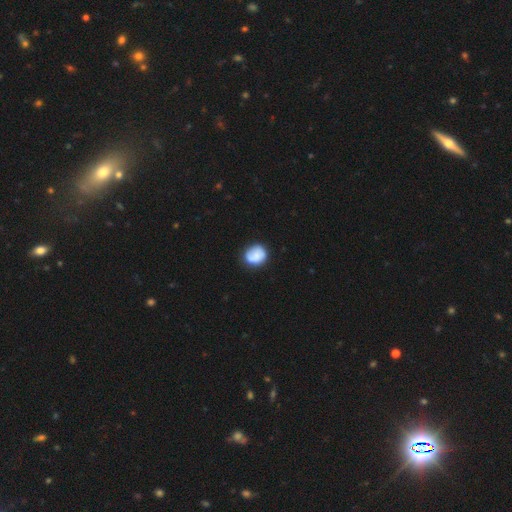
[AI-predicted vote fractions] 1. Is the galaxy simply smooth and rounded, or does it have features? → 74% smooth, 18% featured or disk, 7% star or artifact.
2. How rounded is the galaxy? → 70% round, 29% in between, 1% cigar-shaped.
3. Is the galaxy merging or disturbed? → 70% none, 21% minor disturbance, 6% major disturbance, 2% merger.